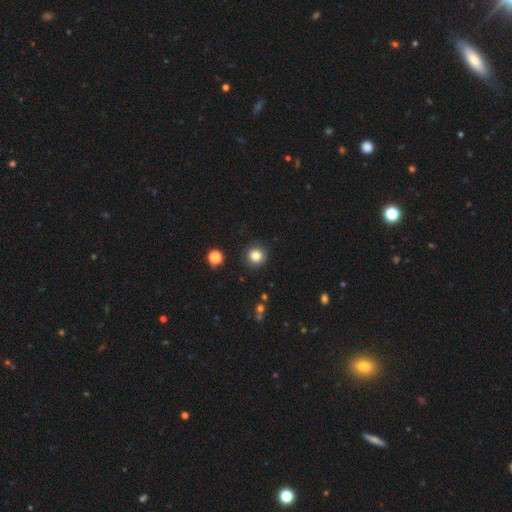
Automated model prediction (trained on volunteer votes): Morphology: type=smooth (82%); roundness=round (94%); merging=none (91%).